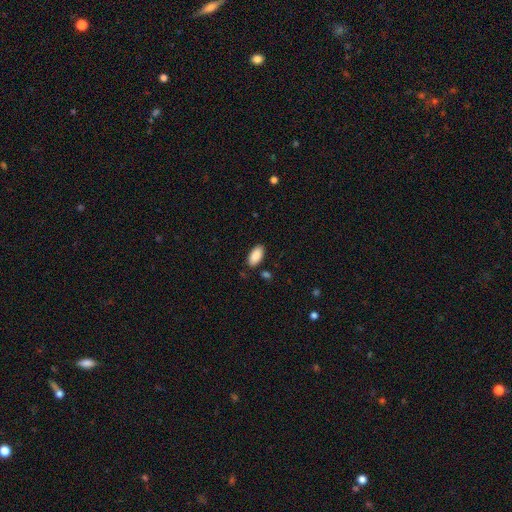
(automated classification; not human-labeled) Morphology: type=smooth (89%); roundness=in between (93%); merging=none (85%).